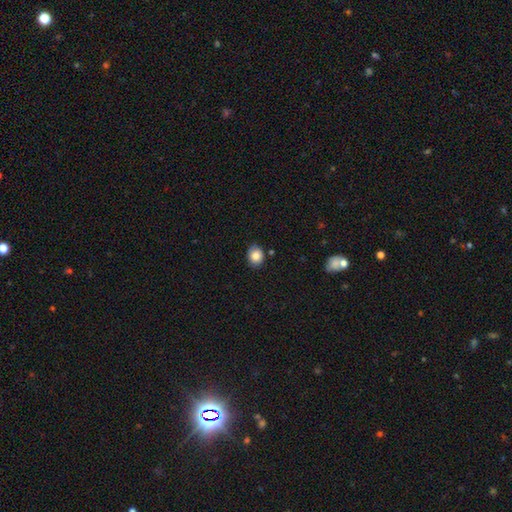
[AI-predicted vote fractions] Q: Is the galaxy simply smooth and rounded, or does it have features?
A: smooth — 83%.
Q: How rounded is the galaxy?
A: round — 57%.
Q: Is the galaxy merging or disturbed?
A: none — 84%.